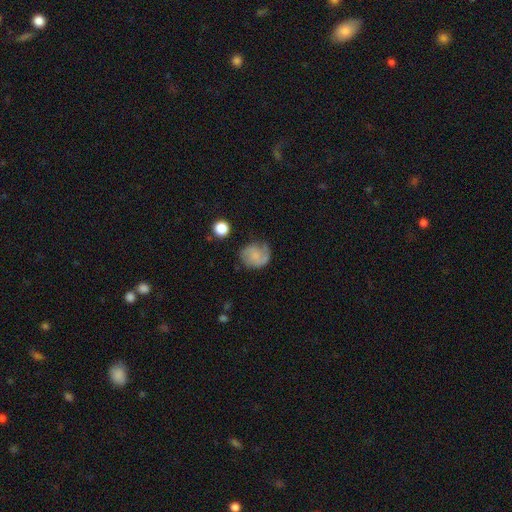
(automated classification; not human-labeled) Smooth or featured: featured or disk — 48% (smooth — 43%)
Merging: none — 64% (minor disturbance — 23%)